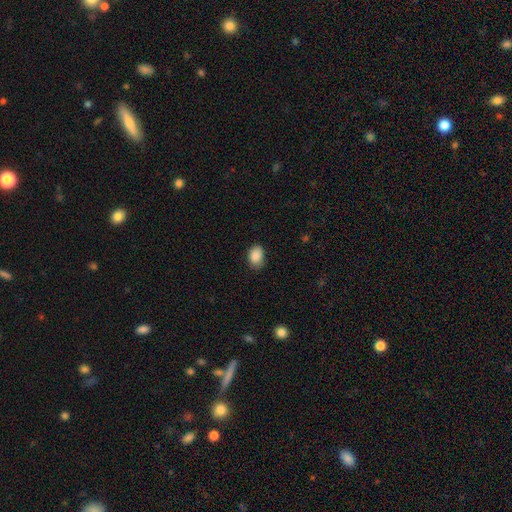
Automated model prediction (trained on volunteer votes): The model was most divided on "how rounded": in between: 78%, round: 20%, cigar-shaped: 1%. More confident: smooth or featured — smooth (89%); merging — none (78%).